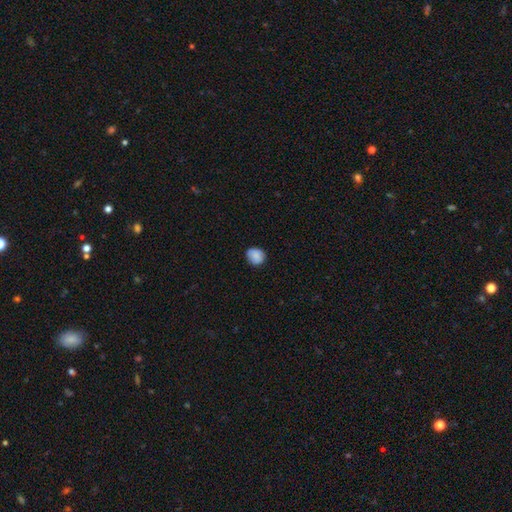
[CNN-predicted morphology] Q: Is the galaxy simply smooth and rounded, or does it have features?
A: smooth — 86%.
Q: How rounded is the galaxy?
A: round — 73%.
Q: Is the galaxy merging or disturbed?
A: none — 81%.